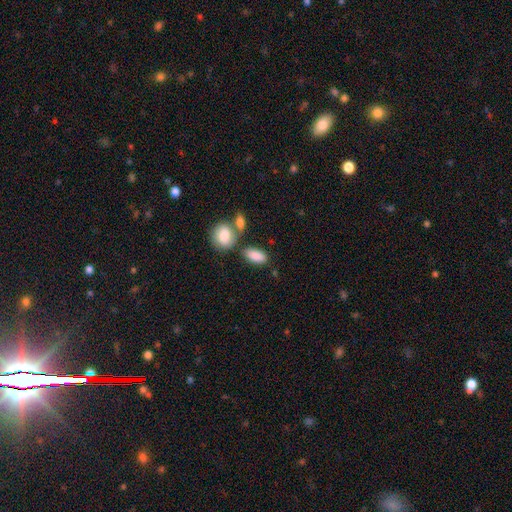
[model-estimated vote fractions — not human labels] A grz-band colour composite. It shows a smooth galaxy with no disk features (87%) that is in between round and cigar-shaped (88%). Merging: none (66%).